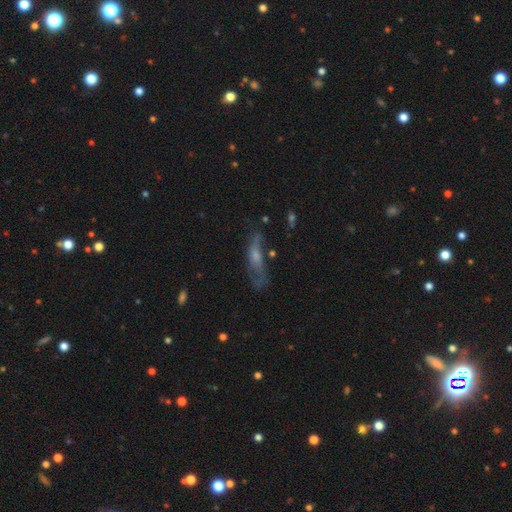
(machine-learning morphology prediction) smooth_or_featured: featured or disk (p=0.50) [alt: smooth p=0.35]
disk_edge_on: no (p=0.57) [alt: yes p=0.43]
merging: none (p=0.48) [alt: minor disturbance p=0.23]